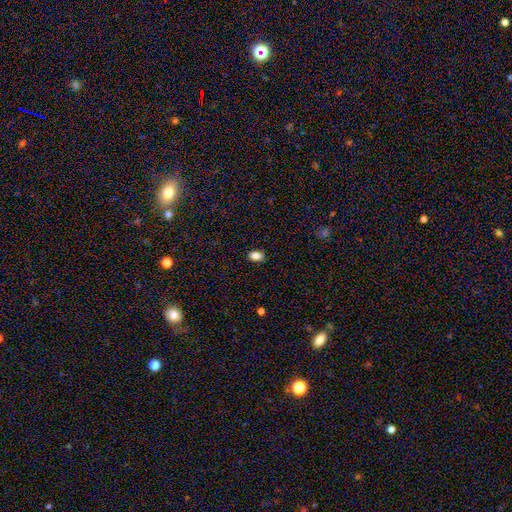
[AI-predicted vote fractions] This is clearly a smooth galaxy (85%). How rounded: clearly in between (86%). Merging: clearly none (86%).